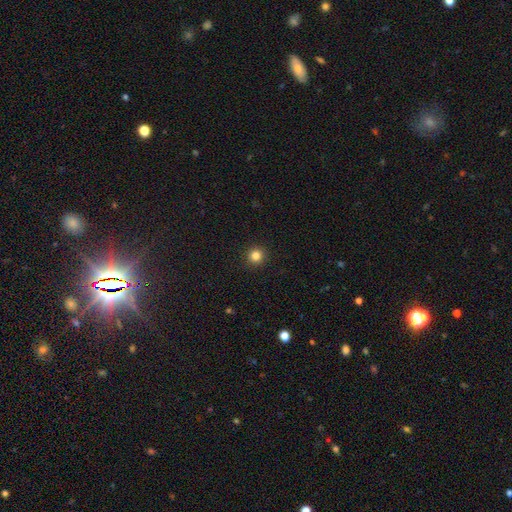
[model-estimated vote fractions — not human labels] The model was most divided on "smooth or featured": smooth: 83%, star or artifact: 13%, featured or disk: 4%. More confident: how rounded — round (95%); merging — none (93%).